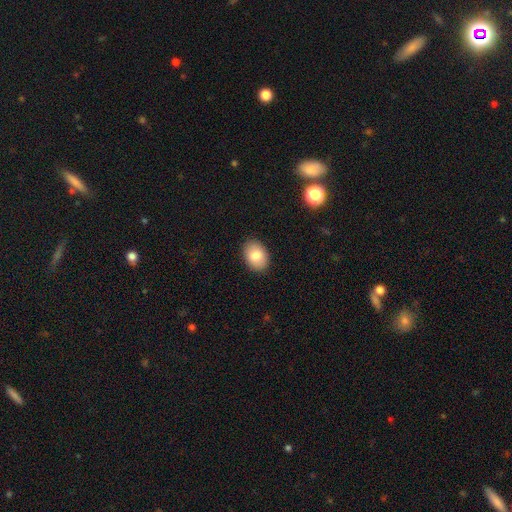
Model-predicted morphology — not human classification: smooth_or_featured: smooth (p=0.83) [alt: featured or disk p=0.10]
how_rounded: in between (p=0.76) [alt: round p=0.23]
merging: none (p=0.89) [alt: minor disturbance p=0.08]